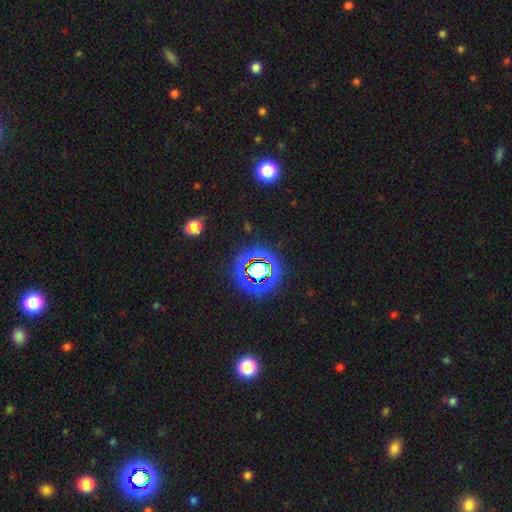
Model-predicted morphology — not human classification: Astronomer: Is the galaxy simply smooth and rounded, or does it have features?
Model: star or artifact — 73%.